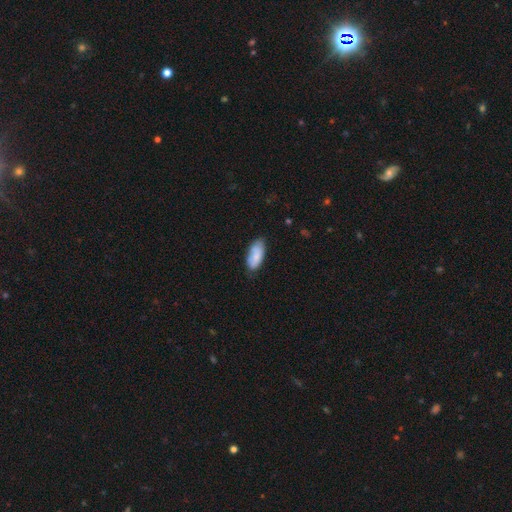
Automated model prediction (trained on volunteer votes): smooth 78%, featured or disk 16%, star or artifact 6%. Down the decision tree: how rounded — in between (88%); merging — none (71%).